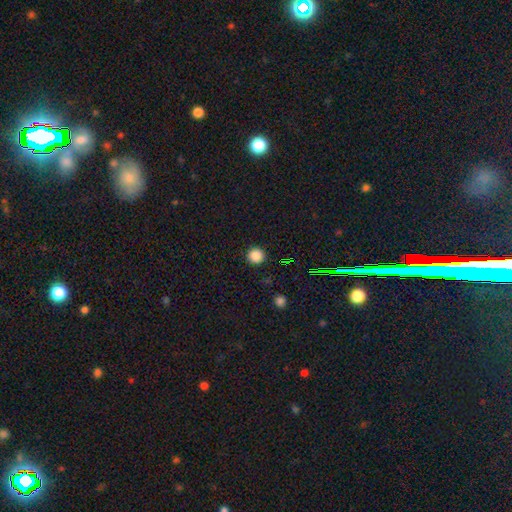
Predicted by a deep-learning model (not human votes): smooth 83%, star or artifact 14%, featured or disk 4%. Down the decision tree: how rounded — round (96%); merging — none (91%).